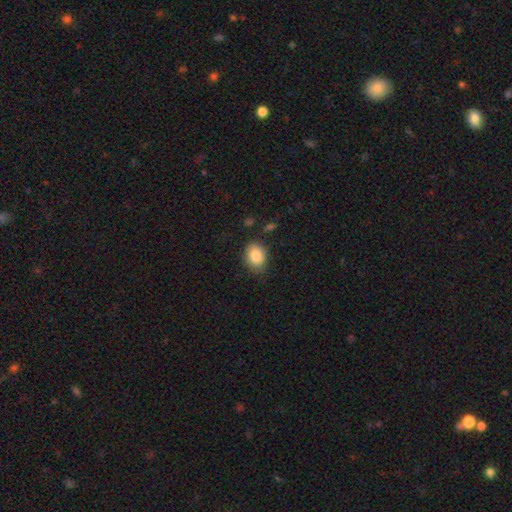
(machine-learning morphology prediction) This is clearly a smooth galaxy (85%). How rounded: likely in between (61%). Merging: clearly none (80%).